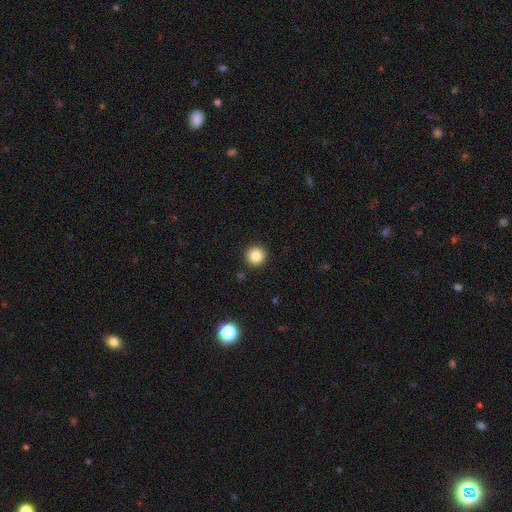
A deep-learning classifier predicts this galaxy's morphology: A smooth galaxy with no disk features (85%) that is round (96%). Merging: none (92%).